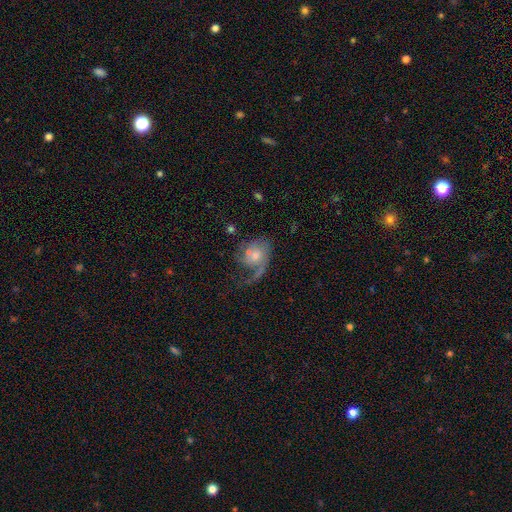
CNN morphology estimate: type=featured or disk (70%); edge-on=no (97%); bar=no (72%); spiral arms=yes (85%); winding=loose (49%); arm count=1 (68%); bulge=moderate (52%); merging=major disturbance (41%).